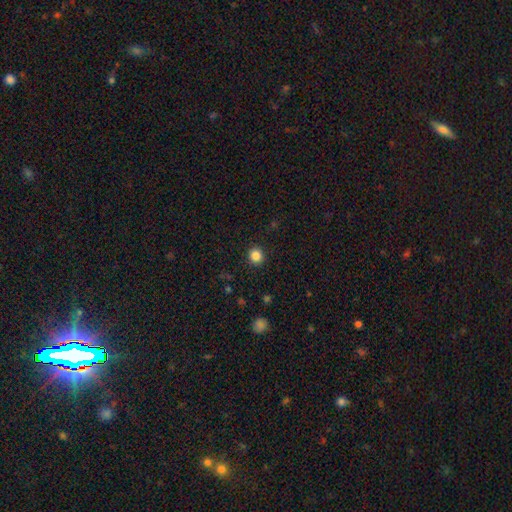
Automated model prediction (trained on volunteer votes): A smooth galaxy with no disk features (85%) that is round (88%). Merging: none (92%).